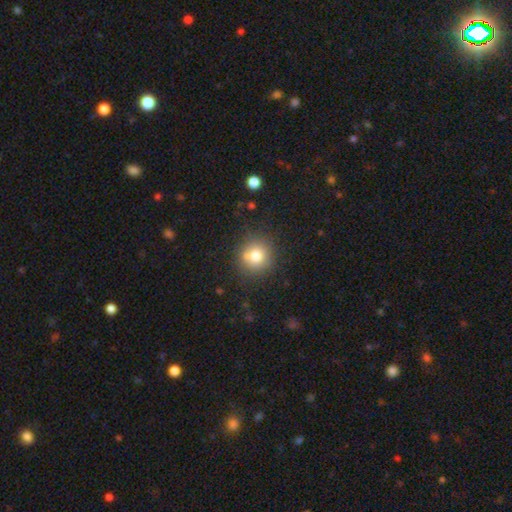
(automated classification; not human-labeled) The model was most divided on "smooth or featured": smooth: 74%, star or artifact: 13%, featured or disk: 12%. More confident: how rounded — round (92%); merging — none (75%).